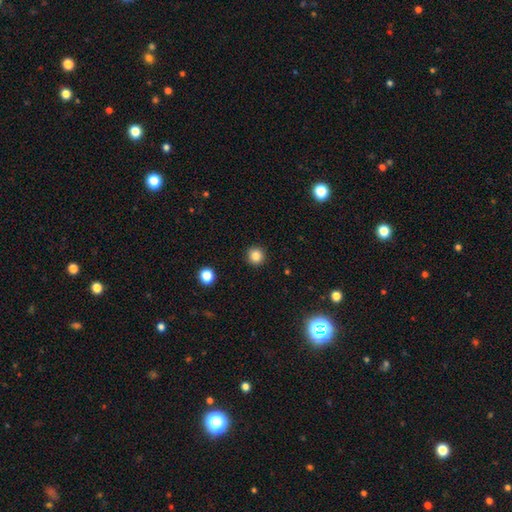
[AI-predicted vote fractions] smooth 83%, star or artifact 12%, featured or disk 5%. Down the decision tree: how rounded — round (95%); merging — none (92%).